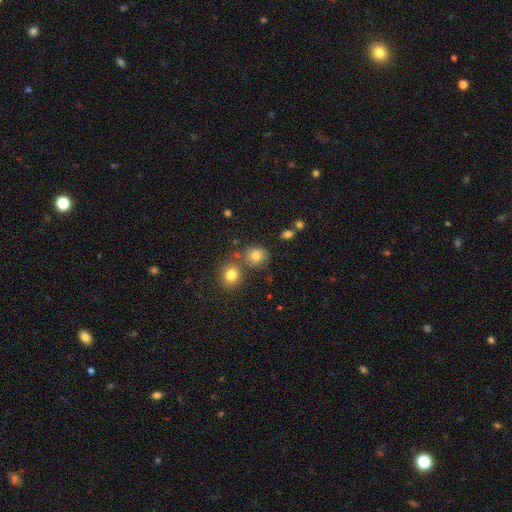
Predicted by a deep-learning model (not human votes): A smooth galaxy with no disk features (79%) that is round (72%).

Vote fractions:
- Smooth or featured? smooth: 79% / star or artifact: 13% / featured or disk: 8%
- How rounded? round: 72% / in between: 27% / cigar-shaped: 1%
- Merging? none: 68% / merger: 16% / minor disturbance: 12% / major disturbance: 4%